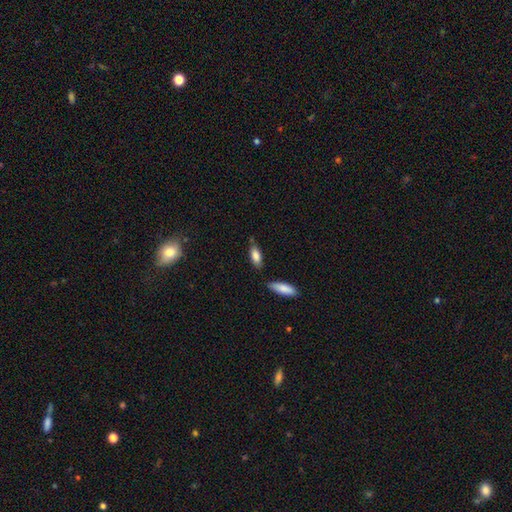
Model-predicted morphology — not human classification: This appears to be a smooth galaxy with no disk features (81%) that is in between round and cigar-shaped (70%). Merging: none (72%).